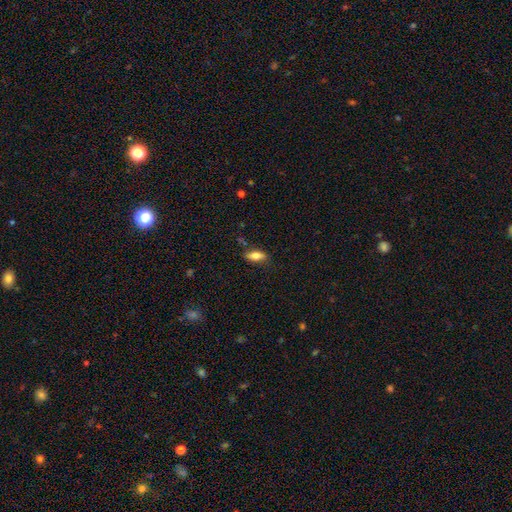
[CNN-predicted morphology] This is likely a smooth galaxy (71%). How rounded: likely in between (73%). Merging: likely none (77%).